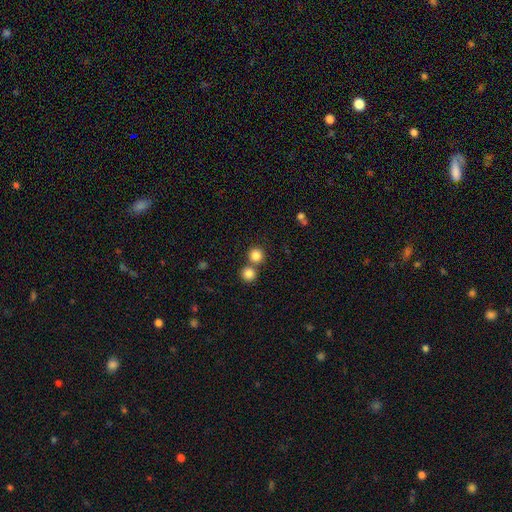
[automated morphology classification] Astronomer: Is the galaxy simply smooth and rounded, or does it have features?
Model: smooth — 82%.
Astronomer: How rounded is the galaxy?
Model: round — 92%.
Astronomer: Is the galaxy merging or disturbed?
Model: none — 65%.